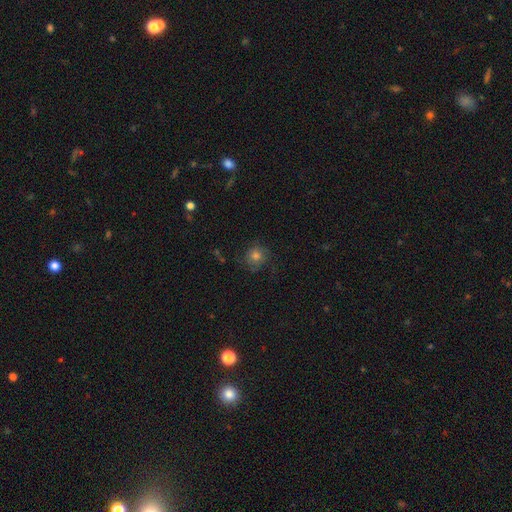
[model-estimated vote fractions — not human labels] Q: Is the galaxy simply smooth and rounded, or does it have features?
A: smooth — 58%.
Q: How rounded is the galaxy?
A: round — 87%.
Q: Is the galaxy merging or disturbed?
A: none — 71%.